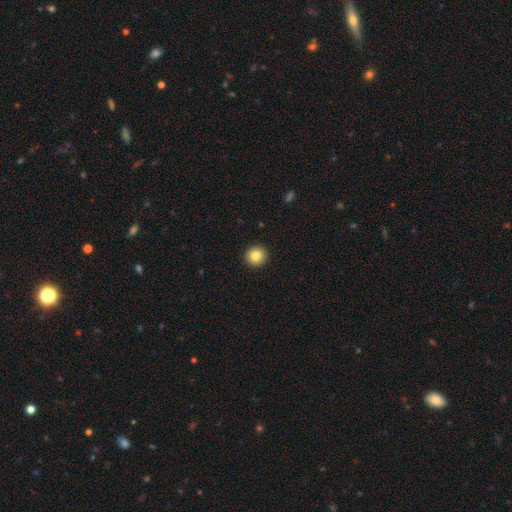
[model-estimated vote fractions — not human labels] Smooth or featured?
  - smooth: 83% *
  - star or artifact: 10%
  - featured or disk: 7%
How rounded?
  - round: 92% *
  - in between: 7%
  - cigar-shaped: 1%
Merging?
  - none: 93% *
  - minor disturbance: 4%
  - major disturbance: 2%
  - merger: 1%